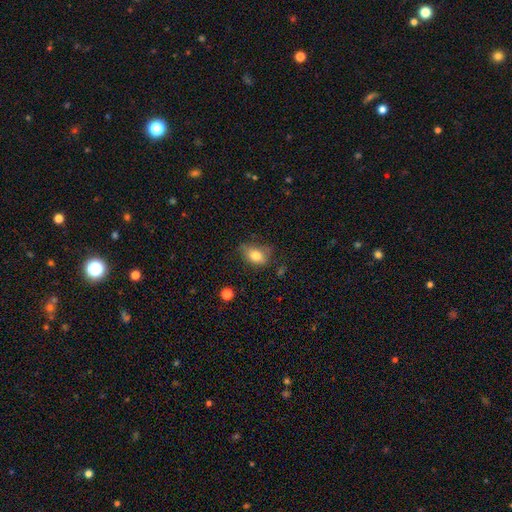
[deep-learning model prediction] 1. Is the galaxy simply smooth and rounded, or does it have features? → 77% smooth, 14% featured or disk, 9% star or artifact.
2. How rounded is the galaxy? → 81% in between, 17% round, 2% cigar-shaped.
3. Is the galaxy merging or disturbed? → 46% none, 36% minor disturbance, 16% major disturbance, 3% merger.